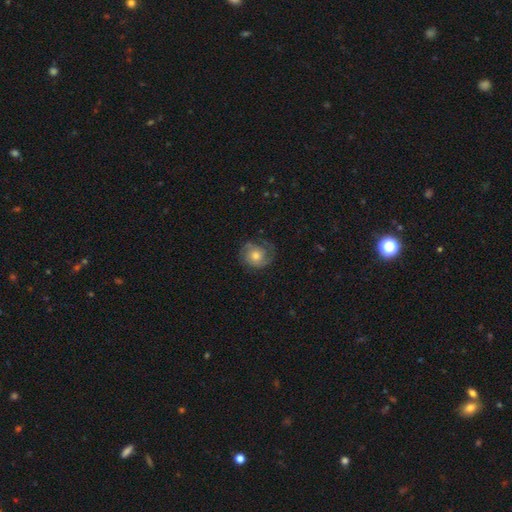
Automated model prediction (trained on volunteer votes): Q: Smooth or featured?
A: featured or disk (60%); runner-up: smooth (32%)
Q: Edge-on disk?
A: no (97%); runner-up: yes (3%)
Q: Bar?
A: no (80%); runner-up: weak (17%)
Q: Spiral arms?
A: yes (87%); runner-up: no (13%)
Q: Spiral winding?
A: tight (49%); runner-up: medium (37%)
Q: Spiral arm count?
A: 2 (50%); runner-up: can't tell (22%)
Q: Bulge size?
A: moderate (62%); runner-up: small (24%)
Q: Merging?
A: none (68%); runner-up: minor disturbance (19%)